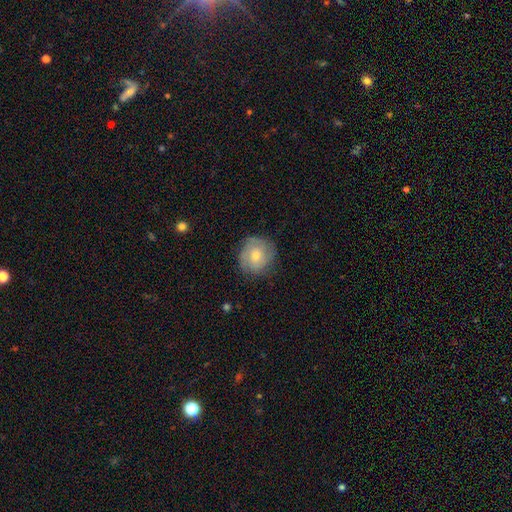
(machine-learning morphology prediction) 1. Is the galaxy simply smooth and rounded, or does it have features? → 58% smooth, 35% featured or disk, 7% star or artifact.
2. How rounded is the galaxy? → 87% round, 12% in between, 1% cigar-shaped.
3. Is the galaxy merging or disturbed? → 76% none, 18% minor disturbance, 5% major disturbance, 1% merger.